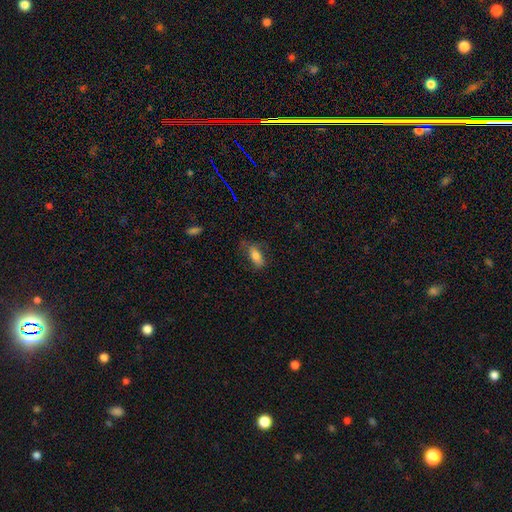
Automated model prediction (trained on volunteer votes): Smooth or featured?
  - smooth: 75% *
  - featured or disk: 17%
  - star or artifact: 8%
How rounded?
  - in between: 82% *
  - cigar-shaped: 14%
  - round: 4%
Merging?
  - none: 63% *
  - minor disturbance: 25%
  - major disturbance: 10%
  - merger: 2%